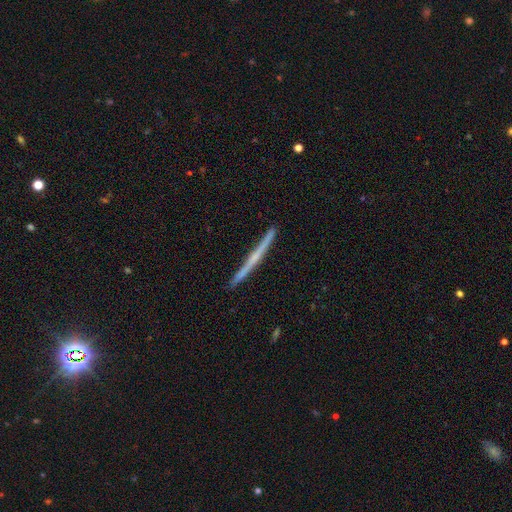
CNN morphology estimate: Smooth or featured?
  - featured or disk: 65% *
  - smooth: 29%
  - star or artifact: 6%
Edge-on disk?
  - yes: 98% *
  - no: 2%
Edge-on bulge?
  - none: 63% *
  - rounded: 31%
  - boxy: 7%
Merging?
  - none: 92% *
  - minor disturbance: 6%
  - major disturbance: 1%
  - merger: 1%